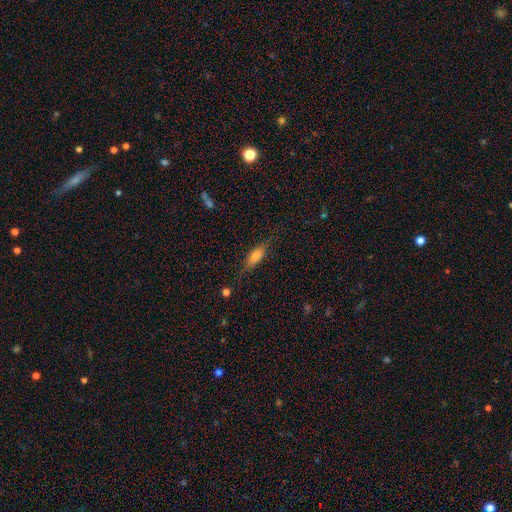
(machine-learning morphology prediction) Q: Smooth or featured?
A: smooth (62%); runner-up: featured or disk (28%)
Q: How rounded?
A: in between (54%); runner-up: cigar-shaped (43%)
Q: Merging?
A: none (76%); runner-up: minor disturbance (17%)